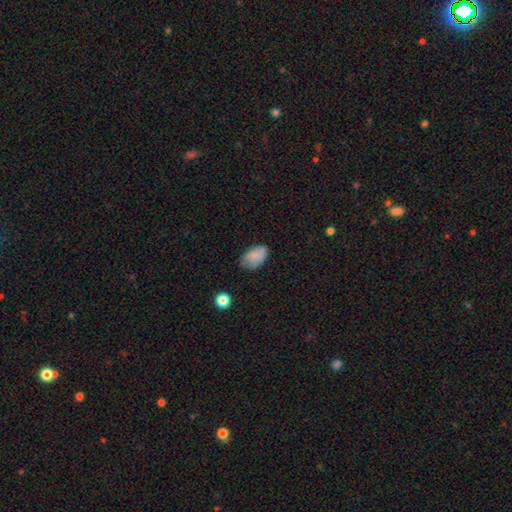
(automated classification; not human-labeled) A smooth galaxy with no disk features (82%) that is in between round and cigar-shaped (91%). Merging: none (69%).